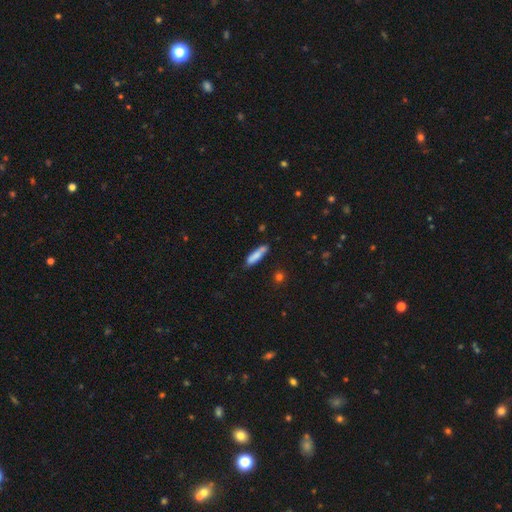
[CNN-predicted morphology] This is clearly a smooth galaxy (80%). How rounded: likely cigar-shaped (74%). Merging: likely none (71%).